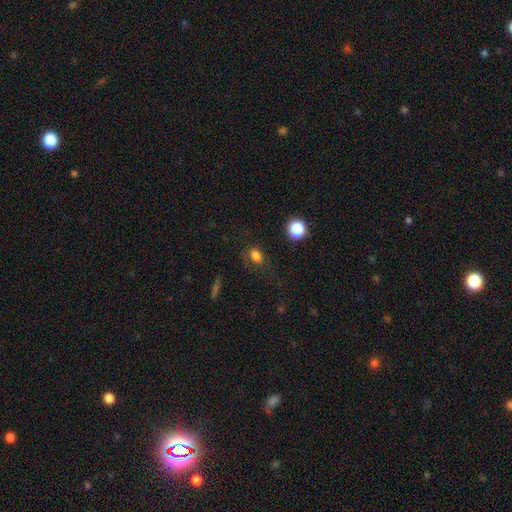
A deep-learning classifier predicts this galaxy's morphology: The model was most divided on "how rounded": in between: 65%, round: 33%, cigar-shaped: 2%. More confident: smooth or featured — smooth (78%); merging — none (66%).